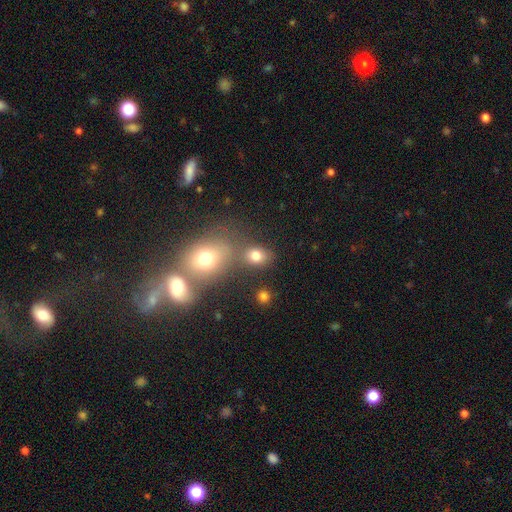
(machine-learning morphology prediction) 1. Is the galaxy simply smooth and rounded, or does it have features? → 76% smooth, 14% star or artifact, 9% featured or disk.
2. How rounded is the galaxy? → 61% in between, 37% round, 2% cigar-shaped.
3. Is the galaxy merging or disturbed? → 62% none, 21% merger, 11% minor disturbance, 5% major disturbance.